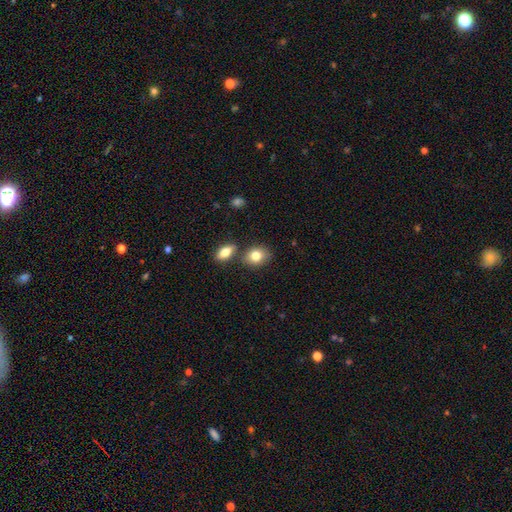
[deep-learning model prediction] A smooth galaxy with no disk features (81%) that is in between round and cigar-shaped (64%).

Vote fractions:
- Smooth or featured? smooth: 81% / featured or disk: 11% / star or artifact: 8%
- How rounded? in between: 64% / round: 35% / cigar-shaped: 1%
- Merging? none: 70% / merger: 15% / minor disturbance: 12% / major disturbance: 3%